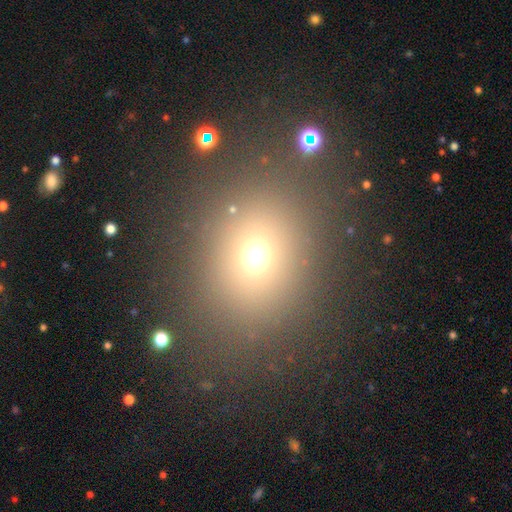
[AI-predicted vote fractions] Smooth or featured: smooth — 65% (star or artifact — 26%)
How rounded: round — 68% (in between — 31%)
Merging: none — 84% (minor disturbance — 8%)